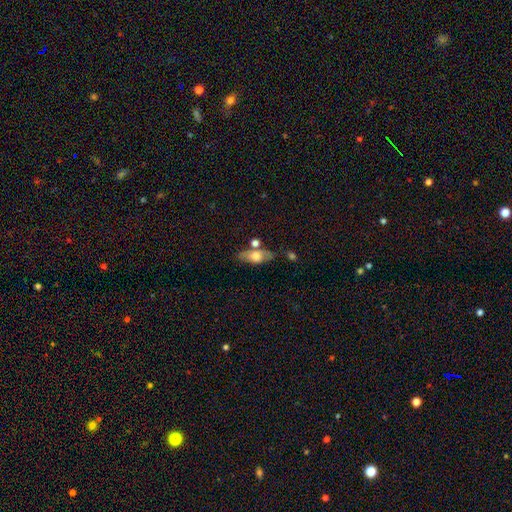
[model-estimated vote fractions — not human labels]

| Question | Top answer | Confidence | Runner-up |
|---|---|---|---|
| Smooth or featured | smooth | 59% | featured or disk (33%) |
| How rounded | in between | 73% | cigar-shaped (22%) |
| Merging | none | 64% | minor disturbance (18%) |